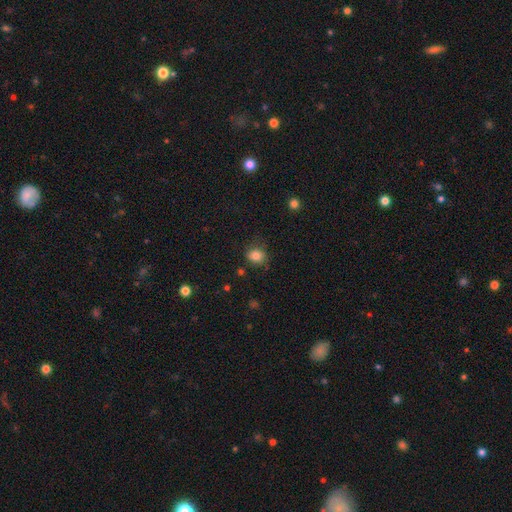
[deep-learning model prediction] A smooth galaxy with no disk features (82%) that is round (65%).

Vote fractions:
- Smooth or featured? smooth: 82% / star or artifact: 11% / featured or disk: 7%
- How rounded? round: 65% / in between: 35% / cigar-shaped: 1%
- Merging? none: 75% / minor disturbance: 19% / major disturbance: 5% / merger: 2%